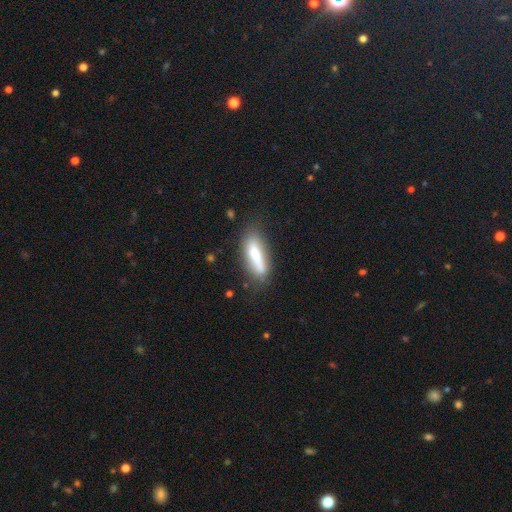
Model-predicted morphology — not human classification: type=smooth (67%); roundness=cigar-shaped (61%); merging=none (69%).